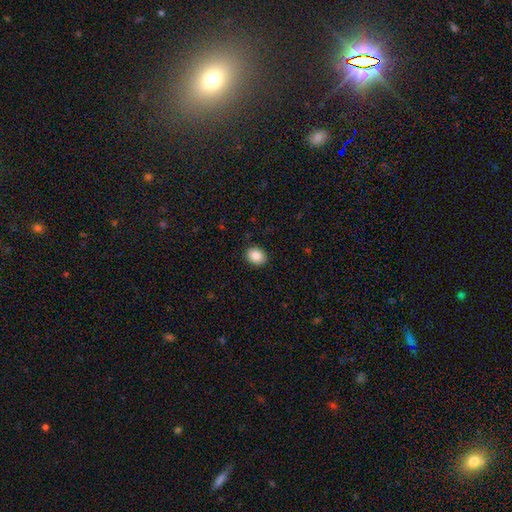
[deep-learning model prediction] Overall: smooth (88%). How rounded: round (50%; in between 49%). Merging: none (90%).